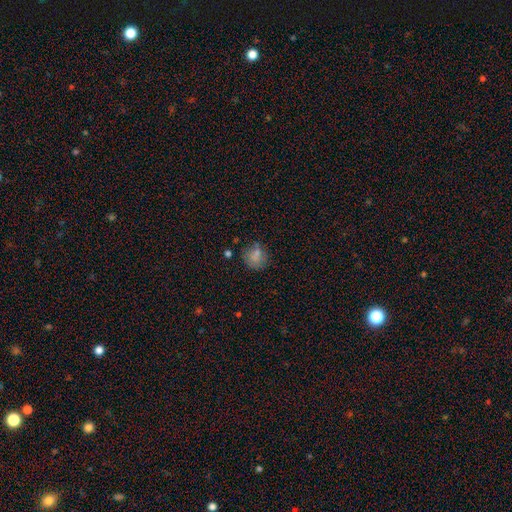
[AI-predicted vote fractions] Q: Smooth or featured?
A: smooth (75%); runner-up: star or artifact (13%)
Q: How rounded?
A: round (79%); runner-up: in between (20%)
Q: Merging?
A: none (66%); runner-up: minor disturbance (19%)